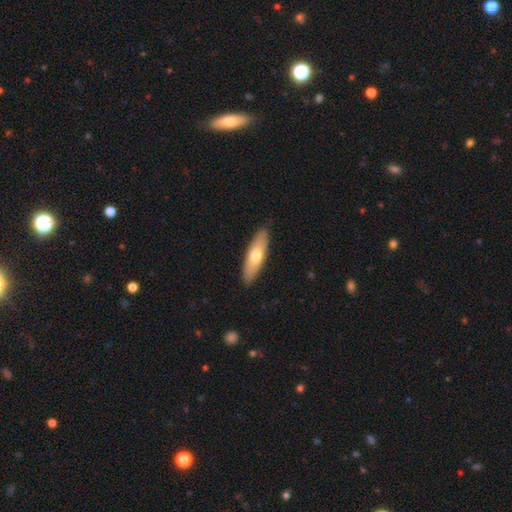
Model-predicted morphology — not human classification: A smooth galaxy with no disk features (62%) that is cigar-shaped (55%). Merging: none (89%).